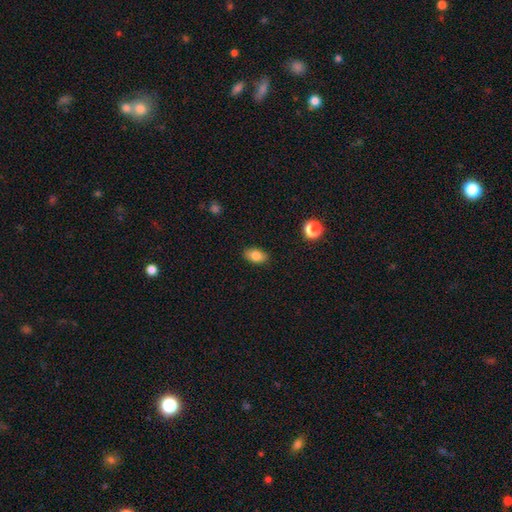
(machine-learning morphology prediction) This appears to be a smooth galaxy with no disk features (82%) that is in between round and cigar-shaped (89%). Merging: none (88%).